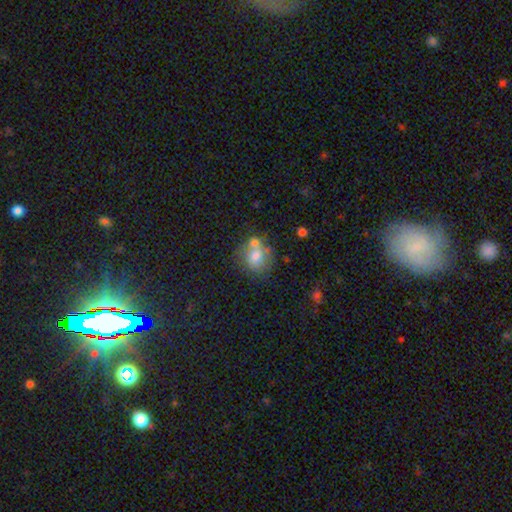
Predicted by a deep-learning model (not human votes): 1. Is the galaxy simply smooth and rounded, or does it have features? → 72% smooth, 18% featured or disk, 10% star or artifact.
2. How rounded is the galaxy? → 69% round, 30% in between, 1% cigar-shaped.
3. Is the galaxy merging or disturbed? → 43% none, 36% merger, 15% minor disturbance, 6% major disturbance.